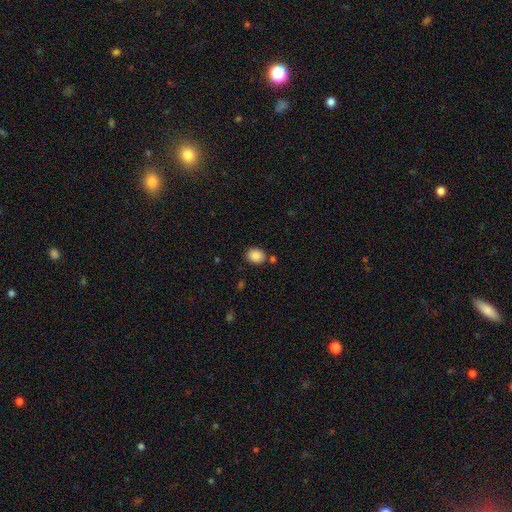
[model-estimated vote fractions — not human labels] Smooth or featured: smooth — 88% (star or artifact — 9%)
How rounded: round — 56% (in between — 43%)
Merging: none — 81% (minor disturbance — 10%)